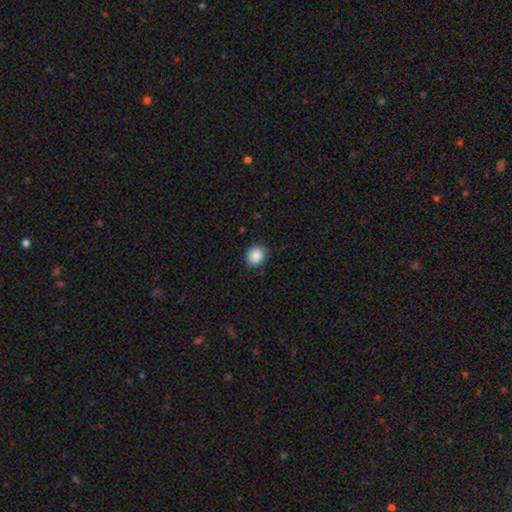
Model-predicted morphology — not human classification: A smooth galaxy with no disk features (88%) that is round (80%).

Vote fractions:
- Smooth or featured? smooth: 88% / star or artifact: 9% / featured or disk: 3%
- How rounded? round: 80% / in between: 19% / cigar-shaped: 1%
- Merging? none: 87% / minor disturbance: 9% / major disturbance: 2% / merger: 1%